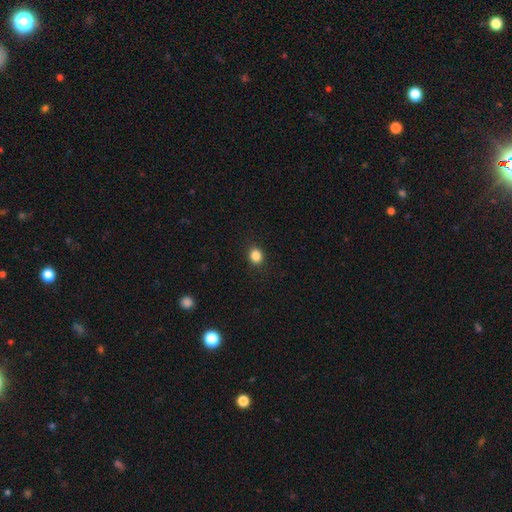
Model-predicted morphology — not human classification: Overall: smooth (86%). How rounded: round (64%; in between 35%). Merging: none (90%).